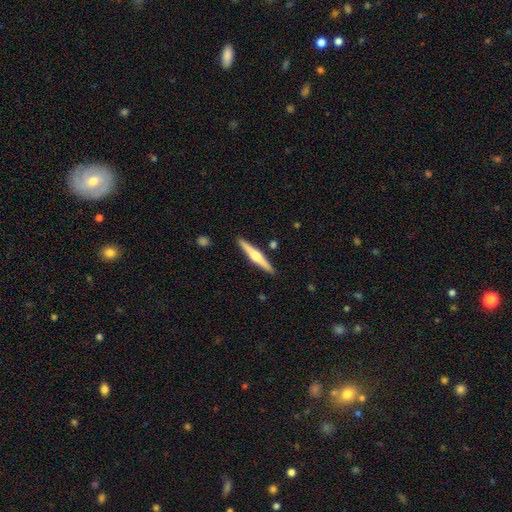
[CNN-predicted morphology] type=featured or disk (65%); edge-on=yes (98%); edge-on bulge=rounded (85%); merging=none (91%).